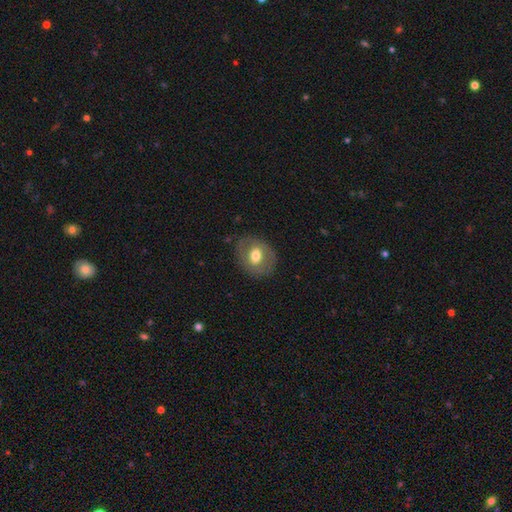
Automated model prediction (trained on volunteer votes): Smooth or featured: smooth — 56% (featured or disk — 37%)
How rounded: round — 50% (in between — 49%)
Merging: none — 79% (minor disturbance — 14%)